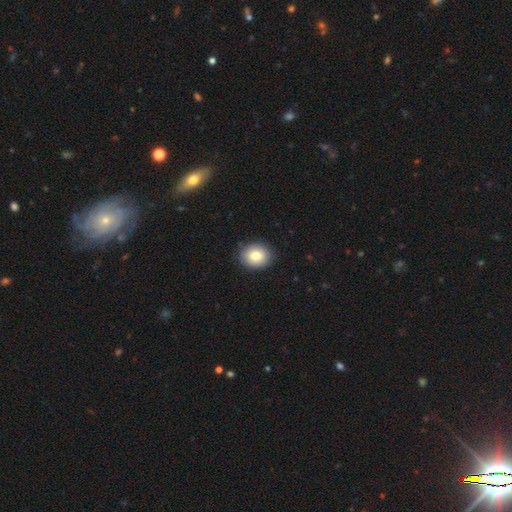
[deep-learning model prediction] Overall: smooth (79%). How rounded: round (66%; in between 33%). Merging: none (89%).